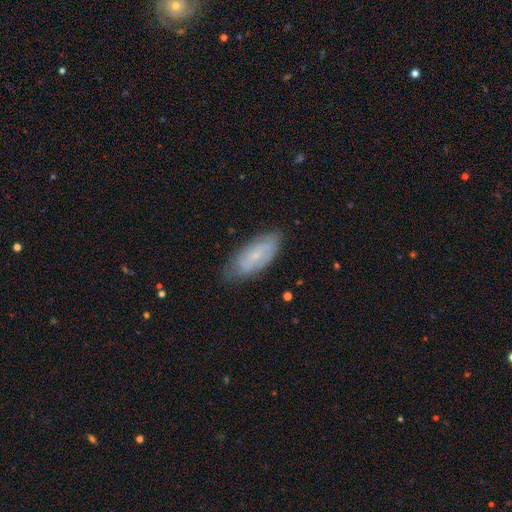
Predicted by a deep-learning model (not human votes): This appears to be a featured or disk galaxy (49%). Merging: none (72%).